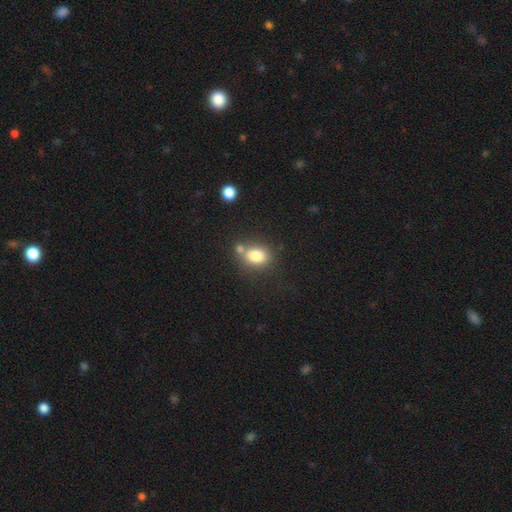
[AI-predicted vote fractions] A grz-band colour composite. It shows a smooth galaxy with no disk features (82%) that is in between round and cigar-shaped (64%). Merging: none (56%).